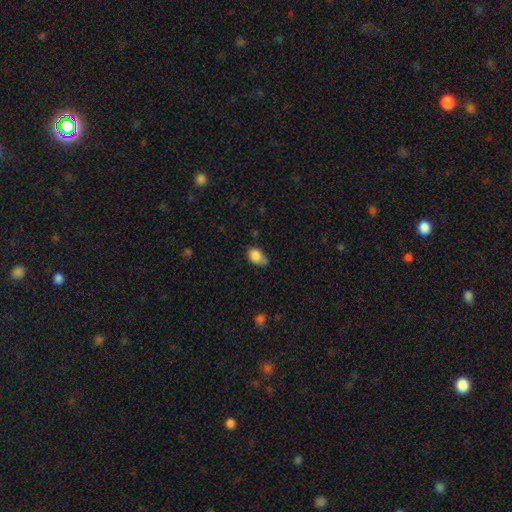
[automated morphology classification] The model was most divided on "merging": none: 44%, minor disturbance: 39%, major disturbance: 10%, merger: 7%. More confident: smooth or featured — smooth (85%); how rounded — in between (74%).